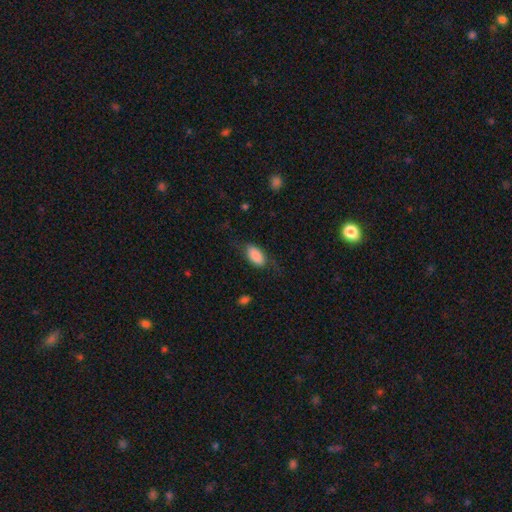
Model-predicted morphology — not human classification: A smooth galaxy with no disk features (80%) that is in between round and cigar-shaped (92%). Merging: none (61%).